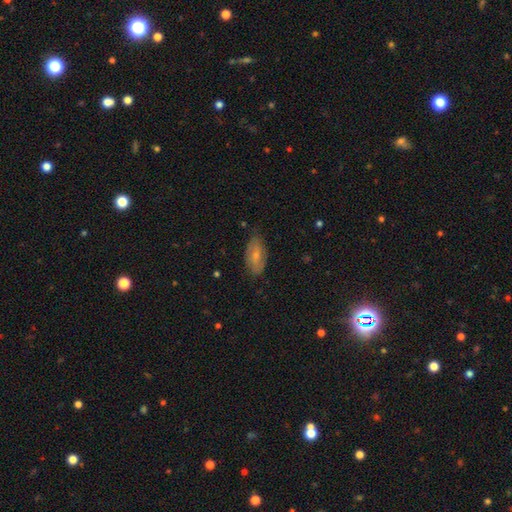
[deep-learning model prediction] A smooth galaxy with no disk features (59%) that is in between round and cigar-shaped (90%). Merging: none (73%).